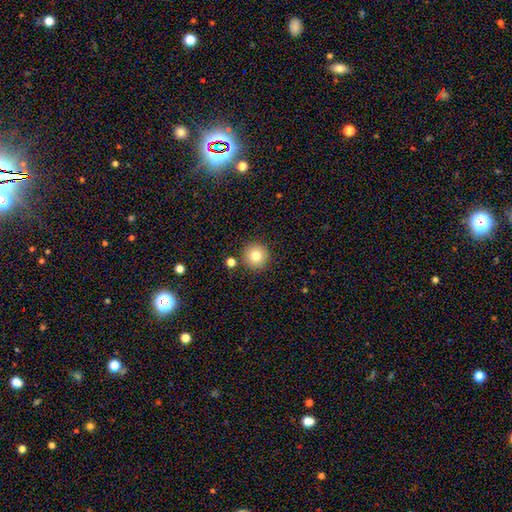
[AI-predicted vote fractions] Smooth or featured?
  - smooth: 82% *
  - star or artifact: 11%
  - featured or disk: 8%
How rounded?
  - round: 95% *
  - in between: 4%
  - cigar-shaped: 1%
Merging?
  - none: 87% *
  - minor disturbance: 7%
  - merger: 4%
  - major disturbance: 2%